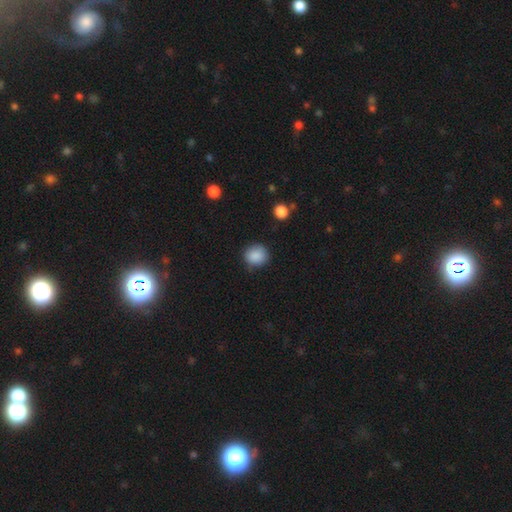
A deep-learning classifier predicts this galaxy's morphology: This is clearly a smooth galaxy (88%). How rounded: likely round (79%). Merging: clearly none (82%).